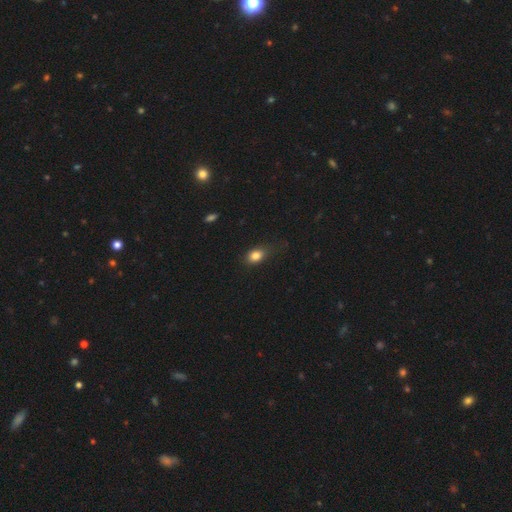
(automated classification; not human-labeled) The model was most divided on "how rounded": in between: 68%, round: 30%, cigar-shaped: 2%. More confident: smooth or featured — smooth (83%); merging — none (69%).